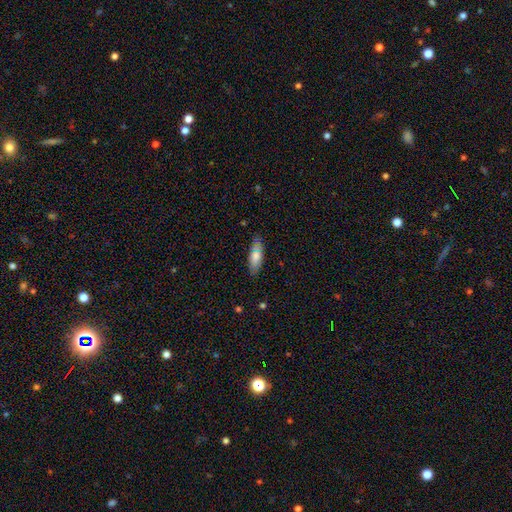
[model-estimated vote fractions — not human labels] Smooth or featured: smooth — 73% (featured or disk — 20%)
How rounded: in between — 58% (cigar-shaped — 40%)
Merging: none — 82% (minor disturbance — 14%)